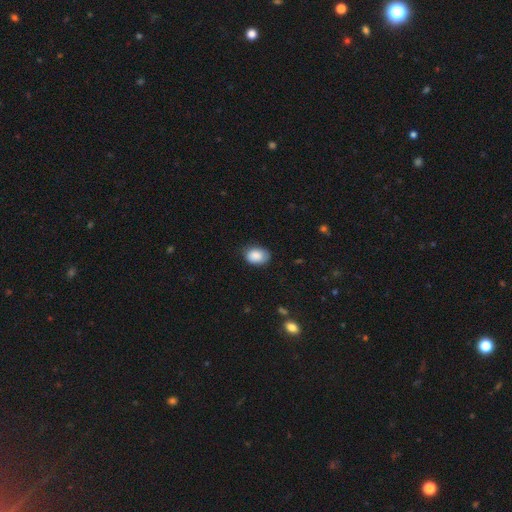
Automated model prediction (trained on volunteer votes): Smooth or featured?
  - smooth: 87% *
  - star or artifact: 7%
  - featured or disk: 6%
How rounded?
  - in between: 76% *
  - round: 23%
  - cigar-shaped: 1%
Merging?
  - none: 73% *
  - minor disturbance: 22%
  - major disturbance: 4%
  - merger: 1%